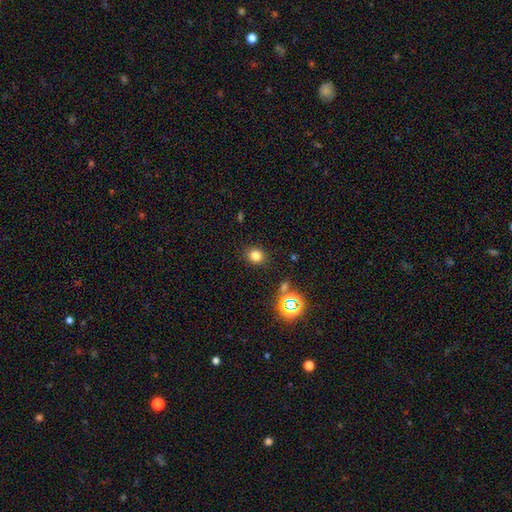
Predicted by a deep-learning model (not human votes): A smooth galaxy with no disk features (77%) that is round (71%). Merging: none (87%).